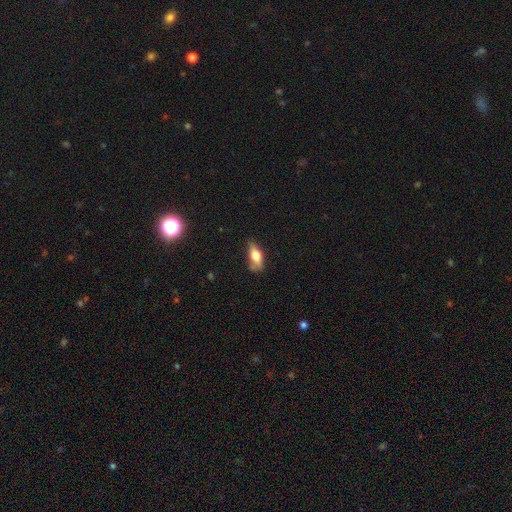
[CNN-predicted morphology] smooth 66%, featured or disk 26%, star or artifact 8%. Down the decision tree: how rounded — in between (77%); merging — none (45%).